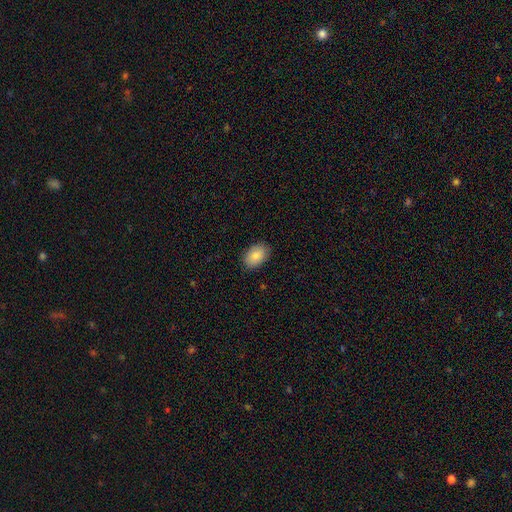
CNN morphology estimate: The model was most divided on "smooth or featured": smooth: 83%, featured or disk: 10%, star or artifact: 7%. More confident: merging — none (88%); how rounded — in between (87%).